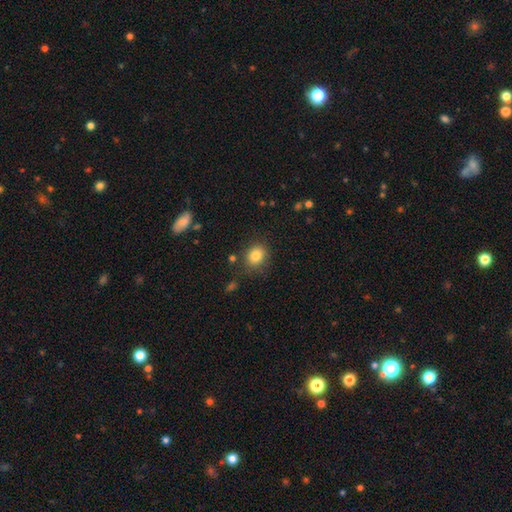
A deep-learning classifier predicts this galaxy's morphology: Overall: smooth (83%). How rounded: round (62%; in between 37%). Merging: none (82%).